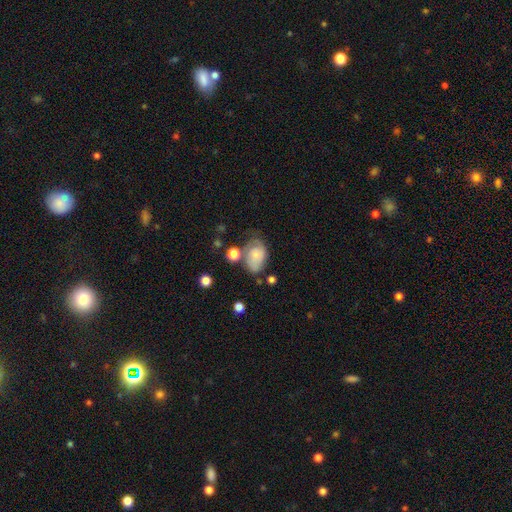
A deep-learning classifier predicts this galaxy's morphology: This appears to be a smooth galaxy with no disk features (64%) that is in between round and cigar-shaped (79%). Merging: none (42%).